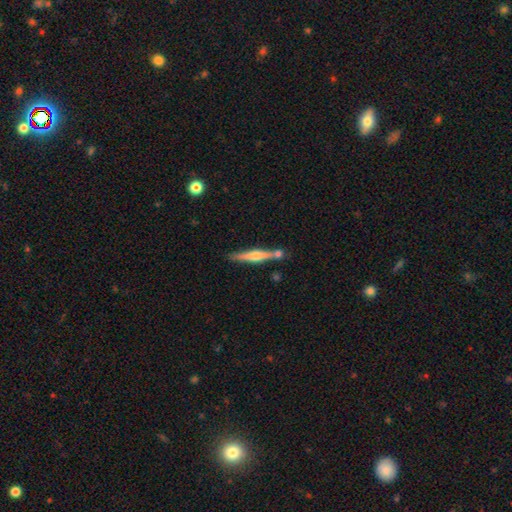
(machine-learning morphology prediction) smooth-or-featured: featured or disk: 65% | smooth: 29% | star or artifact: 6%
  disk-edge-on: yes: 97% | no: 3%
    edge-on-bulge: rounded: 80% | boxy: 12% | none: 8%
  merging: none: 79% | minor disturbance: 10% | merger: 9% | major disturbance: 2%